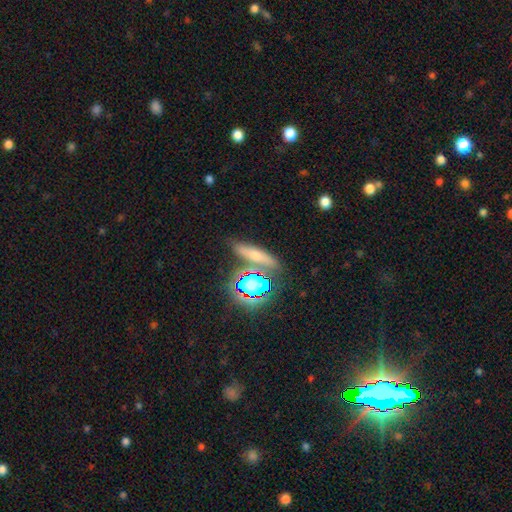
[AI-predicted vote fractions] This is possibly a smooth galaxy (54%). How rounded: possibly cigar-shaped (54%). Merging: likely none (73%).